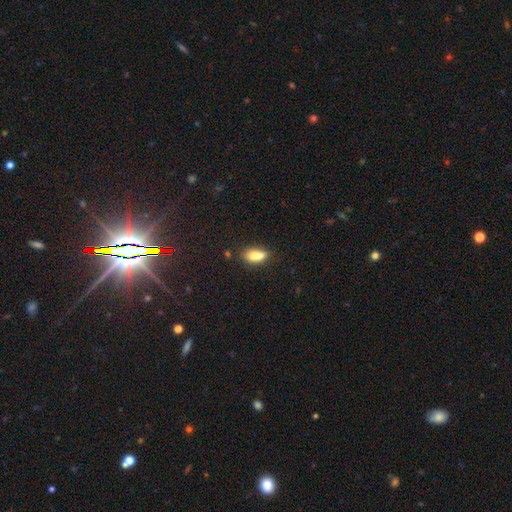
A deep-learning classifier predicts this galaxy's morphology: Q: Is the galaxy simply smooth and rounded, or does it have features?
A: smooth — 76%.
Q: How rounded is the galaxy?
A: in between — 79%.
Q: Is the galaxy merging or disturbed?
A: none — 41%.